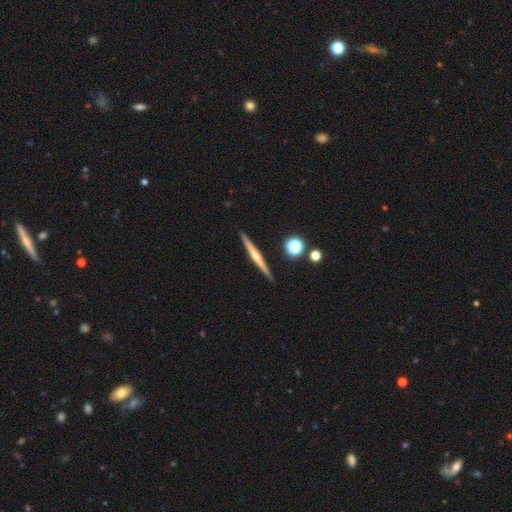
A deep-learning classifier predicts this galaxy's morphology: This is likely a featured or disk galaxy (68%). It is clearly viewed edge-on (98%). Edge-on bulge: likely rounded (71%). Merging: clearly none (91%).